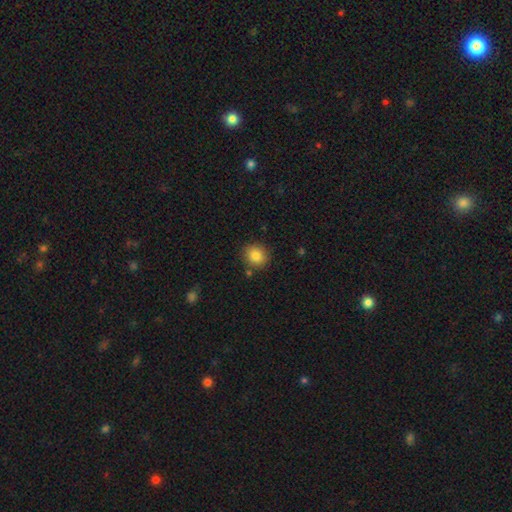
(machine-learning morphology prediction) Smooth or featured? smooth (84%)
How rounded? round (84%)
Merging? none (84%)